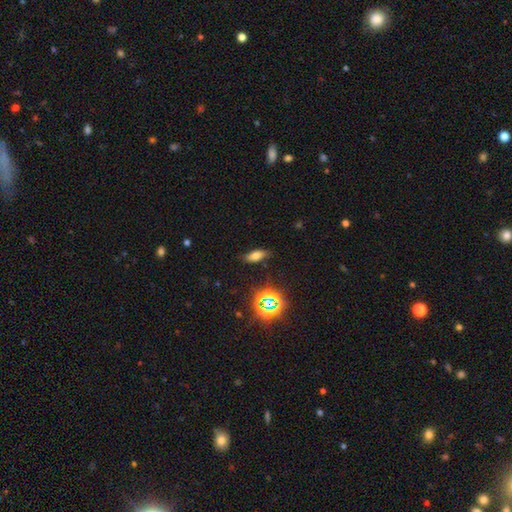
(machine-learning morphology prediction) Q: Smooth or featured?
A: smooth (65%); runner-up: star or artifact (20%)
Q: How rounded?
A: in between (75%); runner-up: cigar-shaped (20%)
Q: Merging?
A: none (82%); runner-up: minor disturbance (13%)